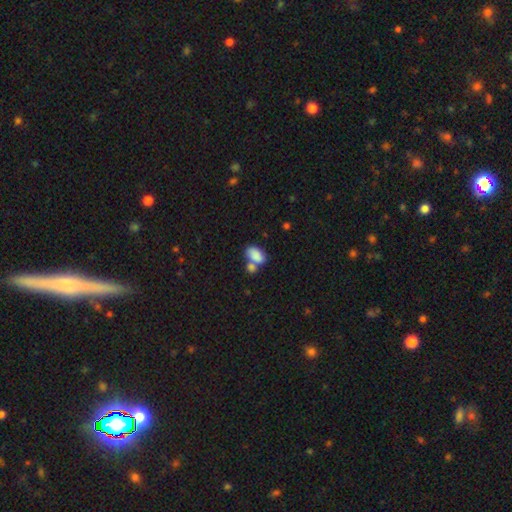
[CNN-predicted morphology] Smooth or featured: smooth — 84% (star or artifact — 8%)
How rounded: in between — 91% (round — 8%)
Merging: merger — 47% (none — 36%)